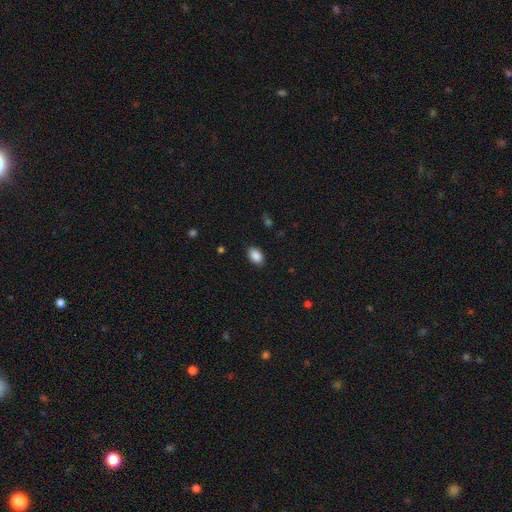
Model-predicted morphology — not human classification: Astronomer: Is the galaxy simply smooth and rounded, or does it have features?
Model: smooth — 89%.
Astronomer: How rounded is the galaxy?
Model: in between — 86%.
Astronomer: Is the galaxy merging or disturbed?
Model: none — 87%.